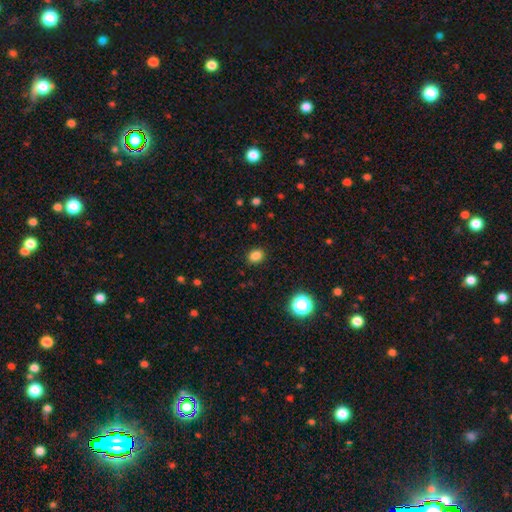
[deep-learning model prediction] The model was most divided on "how rounded": in between: 55%, round: 44%, cigar-shaped: 1%. More confident: merging — none (88%); smooth or featured — smooth (83%).